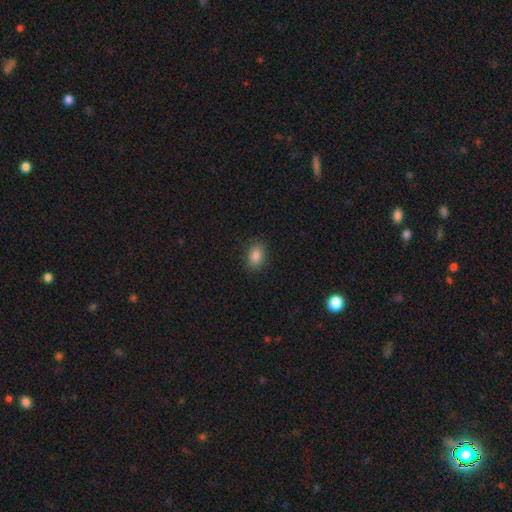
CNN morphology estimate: A smooth galaxy with no disk features (86%) that is in between round and cigar-shaped (73%). Merging: none (89%).